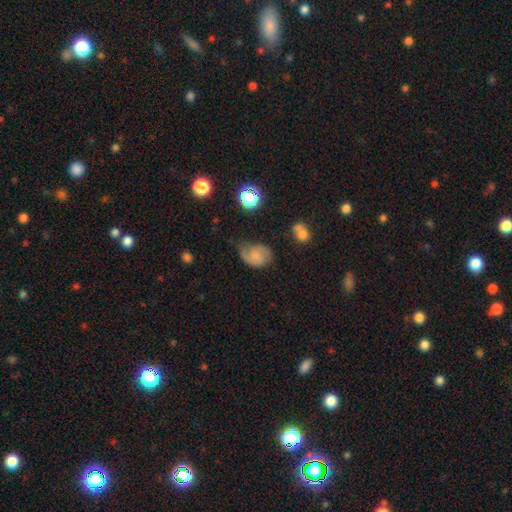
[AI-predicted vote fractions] A featured or disk galaxy (67%) with no bar (54%), 2 (83%) medium (50%) spiral arms (93%) and no central bulge (42%). Merging: none (60%).